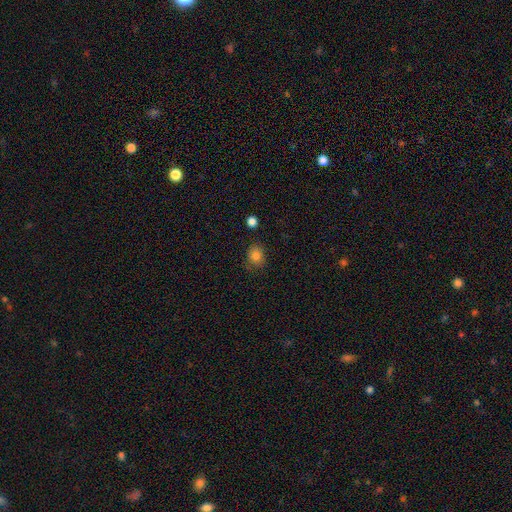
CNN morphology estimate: smooth 82%, star or artifact 11%, featured or disk 7%. Down the decision tree: how rounded — round (62%); merging — none (76%).